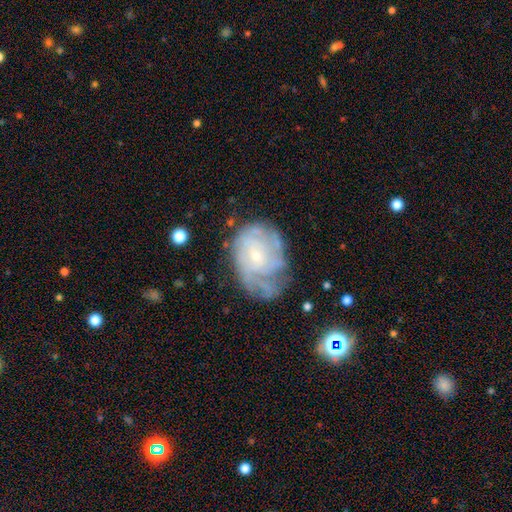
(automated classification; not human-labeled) Morphology: type=featured or disk (73%); edge-on=no (97%); bar=no (75%); spiral arms=yes (81%); winding=tight (59%); arm count=can't tell (53%); bulge=small (77%); merging=none (45%).